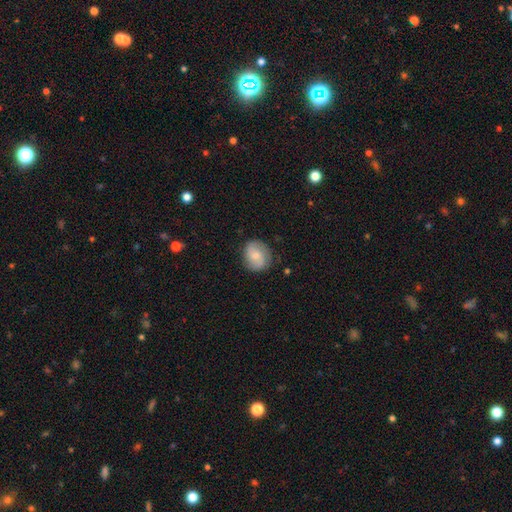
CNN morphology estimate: type=smooth (48%); merging=none (77%).